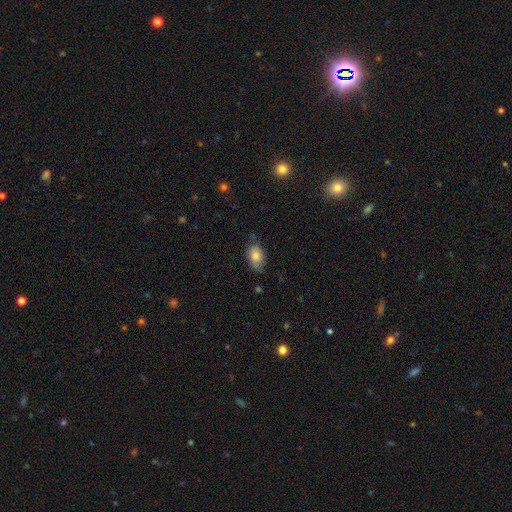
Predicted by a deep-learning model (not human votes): The model was most divided on "merging": none: 64%, minor disturbance: 28%, major disturbance: 7%, merger: 1%. More confident: how rounded — in between (88%); smooth or featured — smooth (76%).